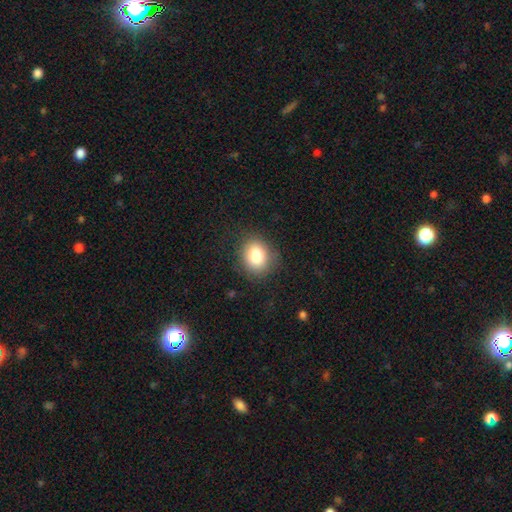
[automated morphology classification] This appears to be a smooth galaxy with no disk features (81%) that is round (65%). Merging: none (84%).